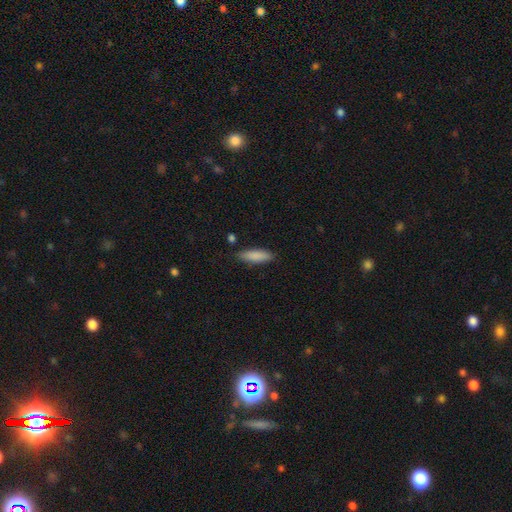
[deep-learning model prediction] Smooth or featured? Predicted: smooth (p=0.87). How rounded? Predicted: cigar-shaped (p=0.52). Merging? Predicted: none (p=0.84).